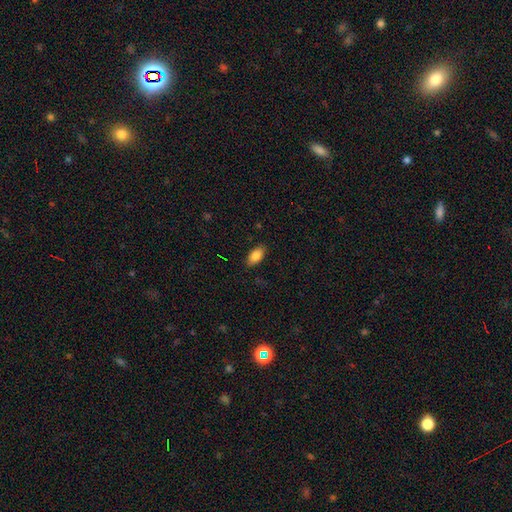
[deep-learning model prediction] A smooth galaxy with no disk features (85%) that is in between round and cigar-shaped (91%). Merging: none (87%).